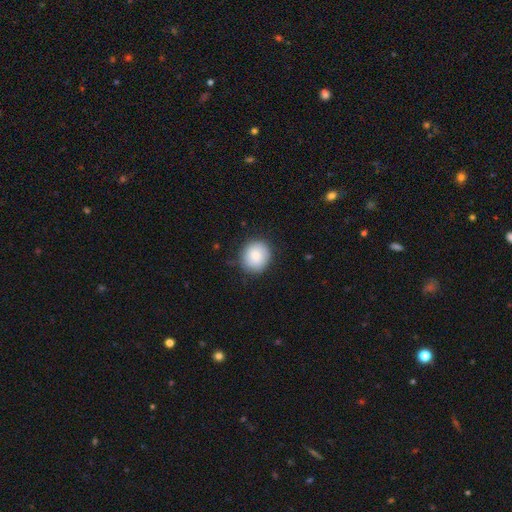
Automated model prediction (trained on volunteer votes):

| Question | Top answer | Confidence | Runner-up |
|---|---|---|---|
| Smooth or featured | smooth | 85% | featured or disk (8%) |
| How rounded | round | 85% | in between (14%) |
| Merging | none | 83% | minor disturbance (13%) |